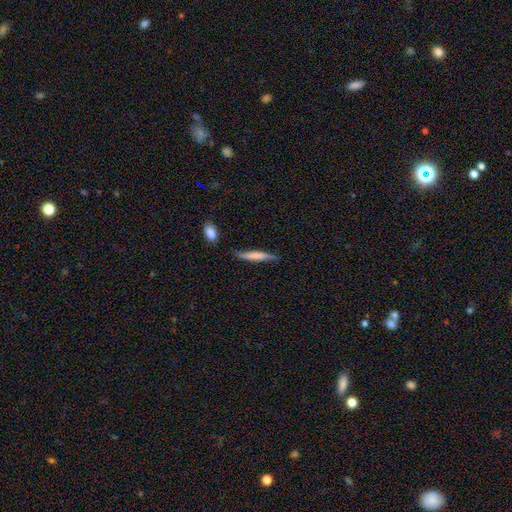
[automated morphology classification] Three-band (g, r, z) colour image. It shows a smooth galaxy with no disk features (66%) that is cigar-shaped (93%). Merging: none (80%).